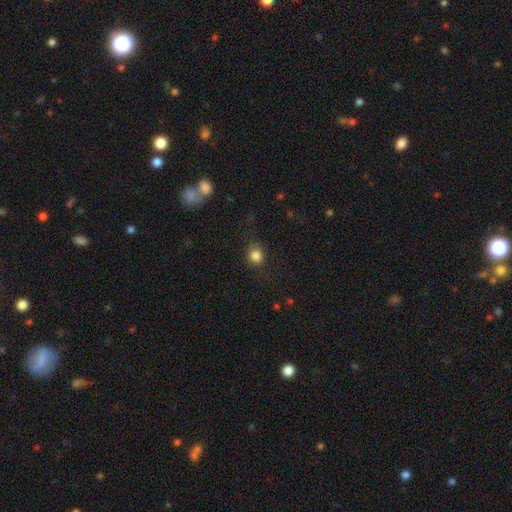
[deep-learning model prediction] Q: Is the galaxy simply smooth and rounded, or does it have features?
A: smooth — 83%.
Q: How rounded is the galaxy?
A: round — 79%.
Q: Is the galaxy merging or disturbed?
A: none — 81%.